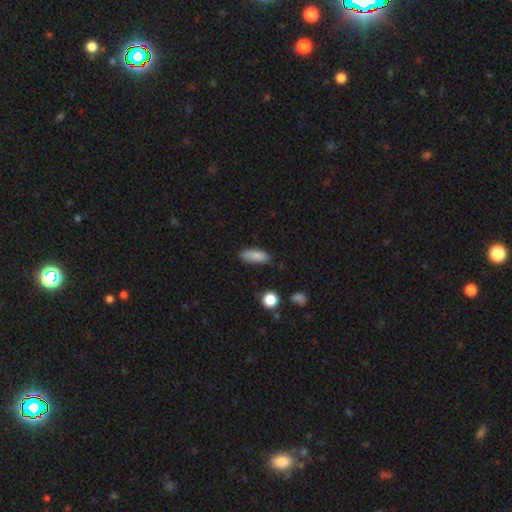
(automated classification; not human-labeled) A smooth galaxy with no disk features (86%) that is in between round and cigar-shaped (71%).

Vote fractions:
- Smooth or featured? smooth: 86% / star or artifact: 8% / featured or disk: 6%
- How rounded? in between: 71% / cigar-shaped: 27% / round: 3%
- Merging? none: 77% / minor disturbance: 17% / major disturbance: 3% / merger: 2%